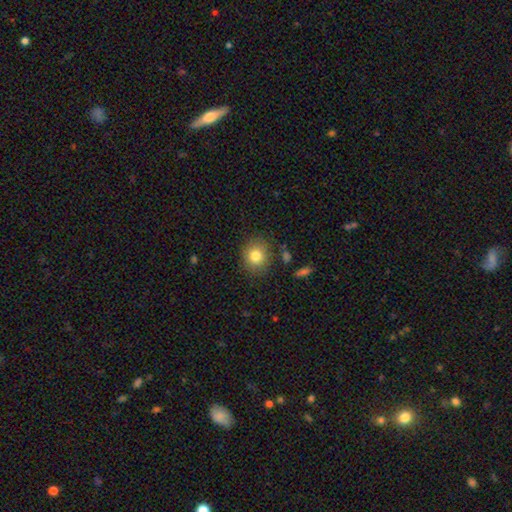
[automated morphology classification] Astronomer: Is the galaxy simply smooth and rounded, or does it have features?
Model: smooth — 81%.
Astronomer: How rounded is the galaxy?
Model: round — 79%.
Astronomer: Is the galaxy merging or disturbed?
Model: none — 84%.